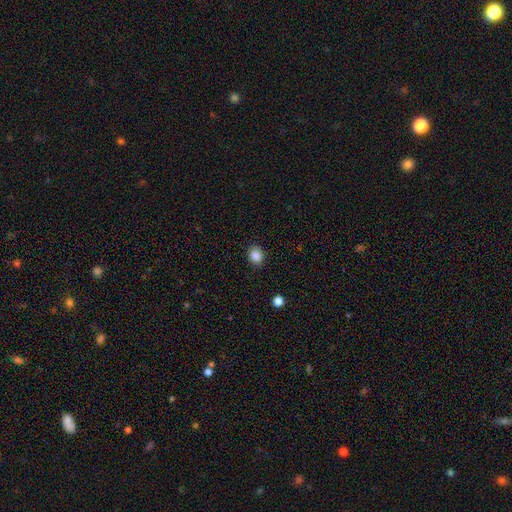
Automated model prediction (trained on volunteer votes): The model was most divided on "how rounded": round: 66%, in between: 33%, cigar-shaped: 1%. More confident: merging — none (89%); smooth or featured — smooth (86%).